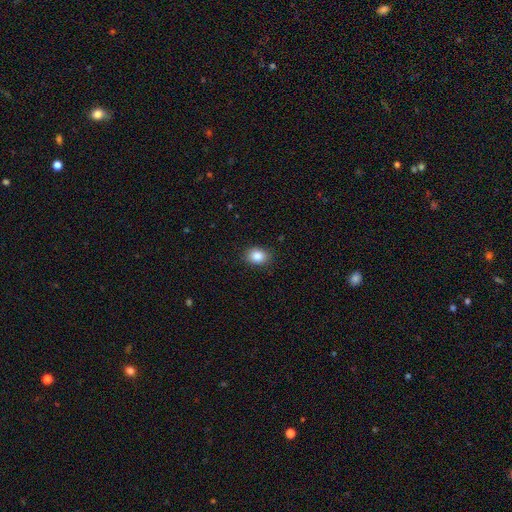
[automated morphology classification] A smooth galaxy with no disk features (86%) that is in between round and cigar-shaped (60%). Merging: none (87%).